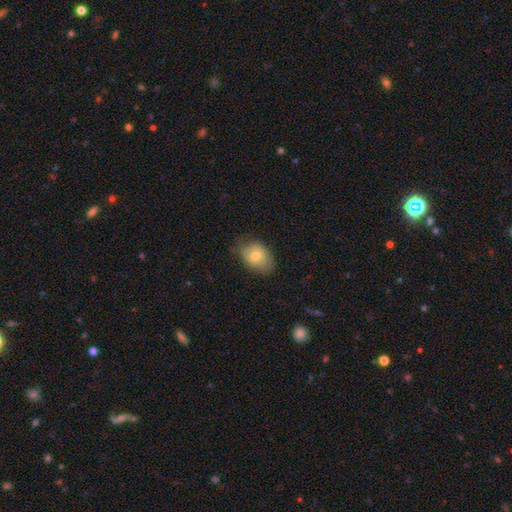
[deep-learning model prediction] A smooth galaxy with no disk features (69%) that is in between round and cigar-shaped (72%). Merging: none (65%).